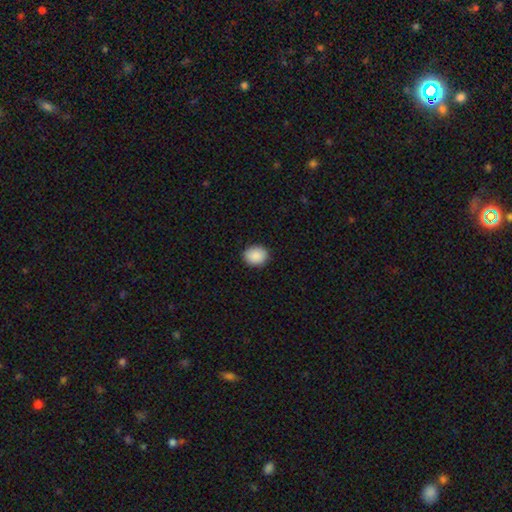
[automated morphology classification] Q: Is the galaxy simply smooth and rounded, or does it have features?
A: smooth — 90%.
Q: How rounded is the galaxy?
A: round — 59%.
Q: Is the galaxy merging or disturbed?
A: none — 90%.